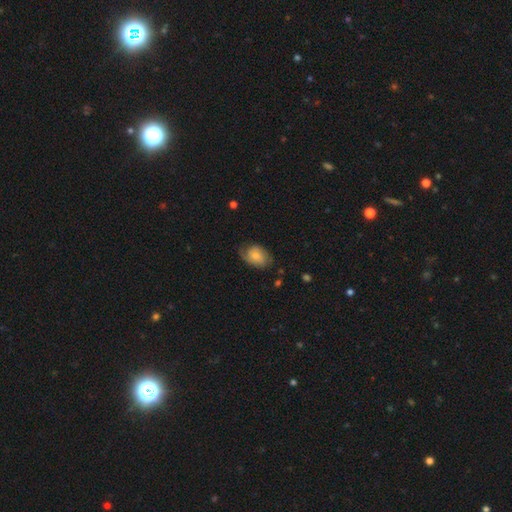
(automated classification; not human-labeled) featured or disk 48%, smooth 45%, star or artifact 7%. Down the decision tree: merging — none (63%).